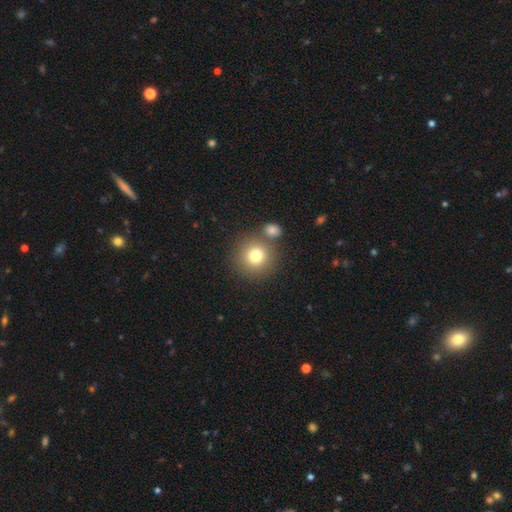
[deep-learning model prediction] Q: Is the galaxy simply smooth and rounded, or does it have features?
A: smooth — 77%.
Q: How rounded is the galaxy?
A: round — 93%.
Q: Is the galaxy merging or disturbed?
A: none — 72%.